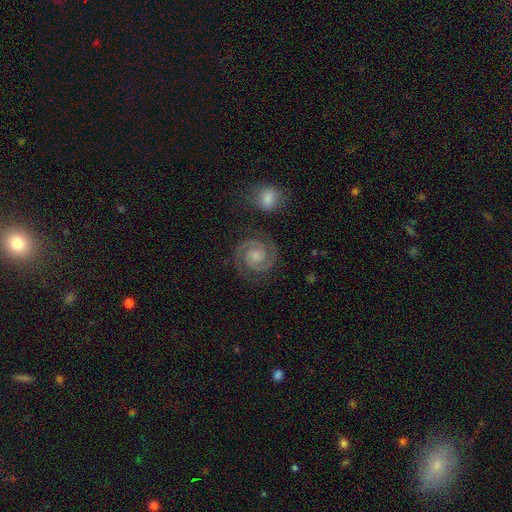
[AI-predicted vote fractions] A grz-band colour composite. It shows a featured or disk galaxy (88%) with no bar (63%), 2 (92%) tight (67%) spiral arms (98%) and a small central bulge (43%). Merging: none (83%).